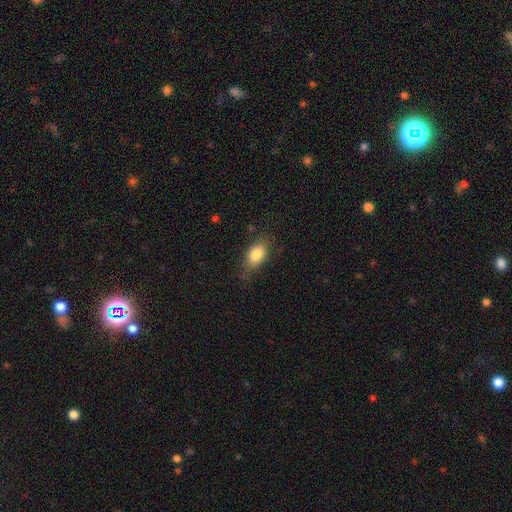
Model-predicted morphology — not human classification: Smooth or featured? Predicted: smooth (p=0.82). How rounded? Predicted: in between (p=0.84). Merging? Predicted: none (p=0.72).